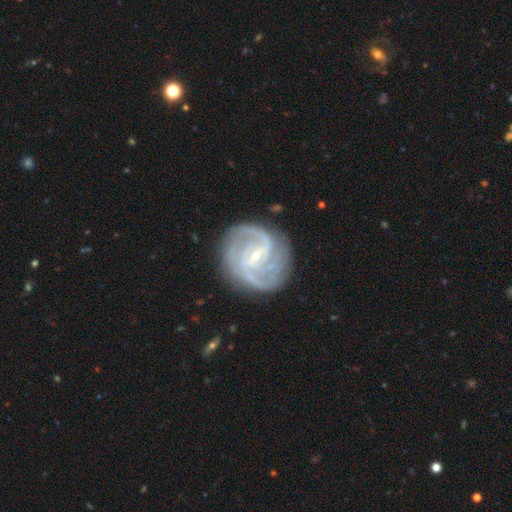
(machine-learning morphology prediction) Q: Smooth or featured?
A: featured or disk (89%); runner-up: smooth (6%)
Q: Edge-on disk?
A: no (98%); runner-up: yes (2%)
Q: Bar?
A: weak (48%); runner-up: no (28%)
Q: Spiral arms?
A: yes (97%); runner-up: no (3%)
Q: Spiral winding?
A: medium (45%); runner-up: tight (42%)
Q: Spiral arm count?
A: 2 (44%); runner-up: 3 (20%)
Q: Bulge size?
A: small (82%); runner-up: moderate (14%)
Q: Merging?
A: none (78%); runner-up: minor disturbance (15%)